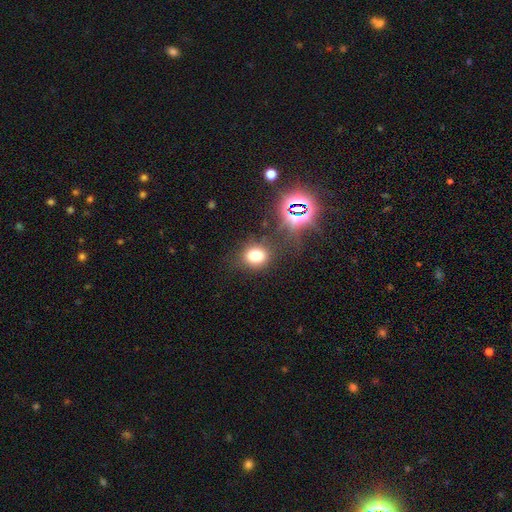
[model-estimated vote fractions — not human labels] A smooth galaxy with no disk features (73%) that is round (56%). Merging: none (77%).